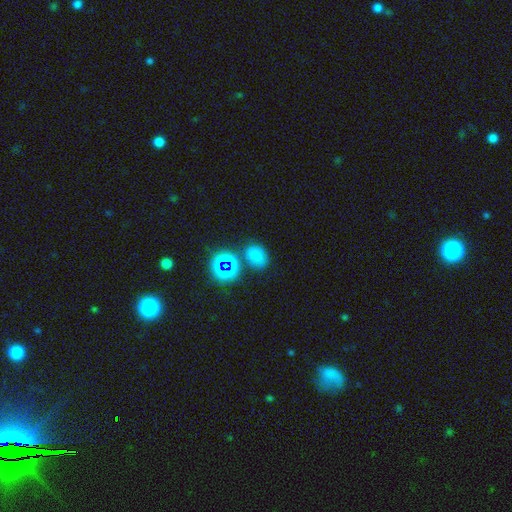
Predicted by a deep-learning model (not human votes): smooth_or_featured: smooth (p=0.70) [alt: star or artifact p=0.24]
how_rounded: in between (p=0.66) [alt: round p=0.33]
merging: none (p=0.72) [alt: minor disturbance p=0.13]